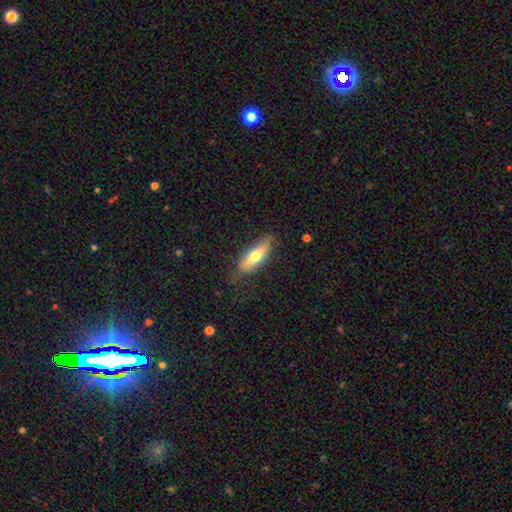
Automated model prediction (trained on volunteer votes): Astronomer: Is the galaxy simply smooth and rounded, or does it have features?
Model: smooth — 67%.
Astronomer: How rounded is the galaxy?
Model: in between — 56% (runner-up: cigar-shaped, 42%).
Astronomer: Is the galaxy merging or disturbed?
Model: none — 73%.